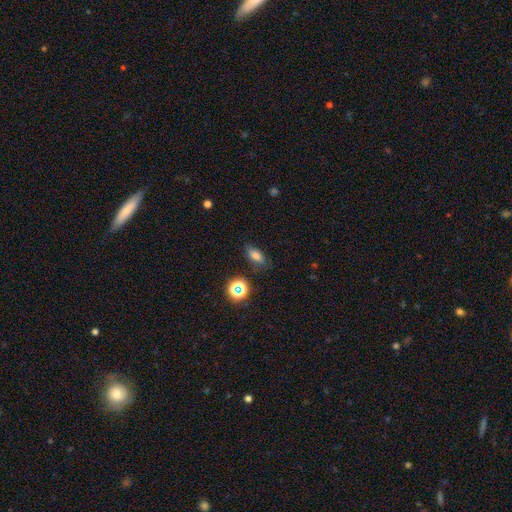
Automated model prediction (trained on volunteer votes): A smooth galaxy with no disk features (74%) that is in between round and cigar-shaped (80%).

Vote fractions:
- Smooth or featured? smooth: 74% / star or artifact: 16% / featured or disk: 10%
- How rounded? in between: 80% / round: 11% / cigar-shaped: 9%
- Merging? none: 81% / minor disturbance: 13% / major disturbance: 4% / merger: 2%